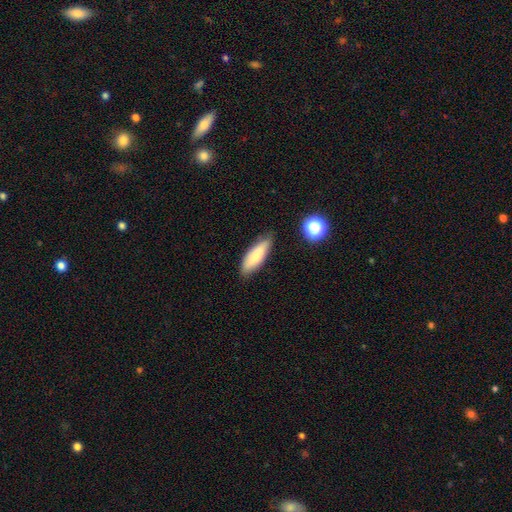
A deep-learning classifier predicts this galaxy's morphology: Smooth or featured? smooth (77%)
How rounded? in between (56%)
Merging? none (78%)